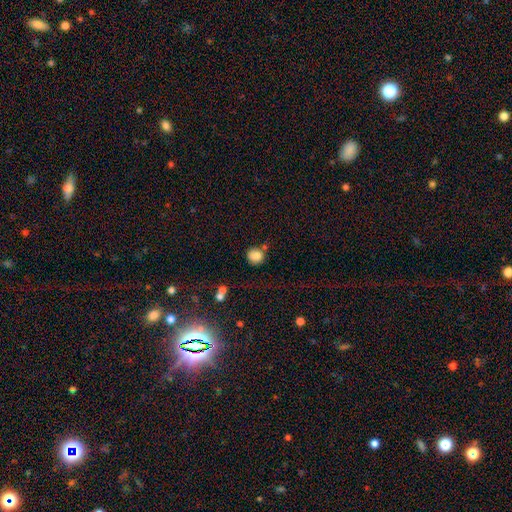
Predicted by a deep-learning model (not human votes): A smooth galaxy with no disk features (83%) that is round (83%). Merging: none (62%).